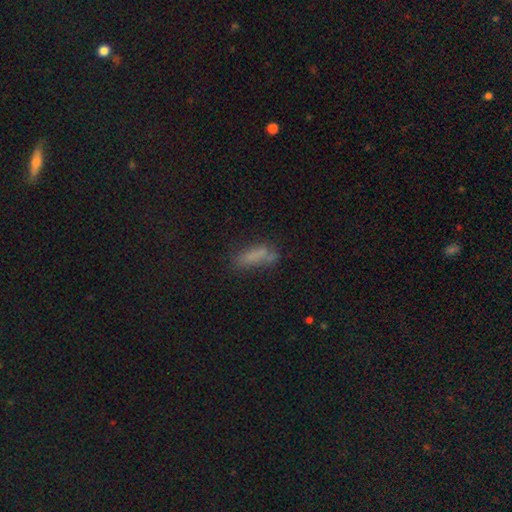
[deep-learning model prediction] smooth_or_featured: smooth (p=0.70) [alt: featured or disk p=0.16]
how_rounded: cigar-shaped (p=0.50) [alt: in between p=0.47]
merging: none (p=0.51) [alt: minor disturbance p=0.24]